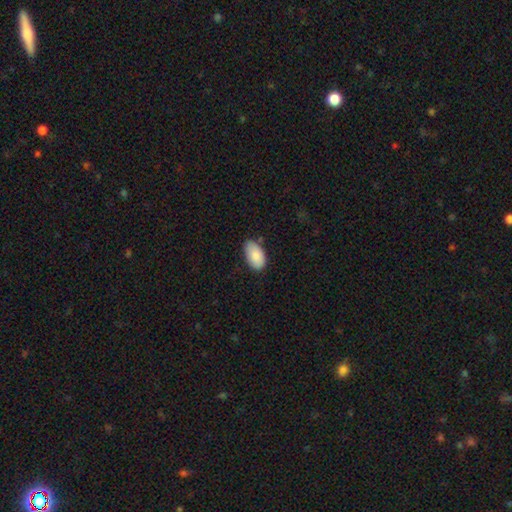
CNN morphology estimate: Smooth or featured? Predicted: smooth (p=0.86). How rounded? Predicted: in between (p=0.95). Merging? Predicted: none (p=0.70).